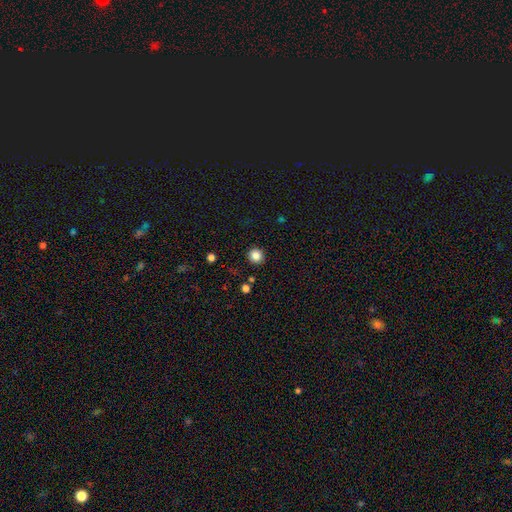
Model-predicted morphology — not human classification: A smooth galaxy with no disk features (84%) that is round (92%). Merging: none (91%).